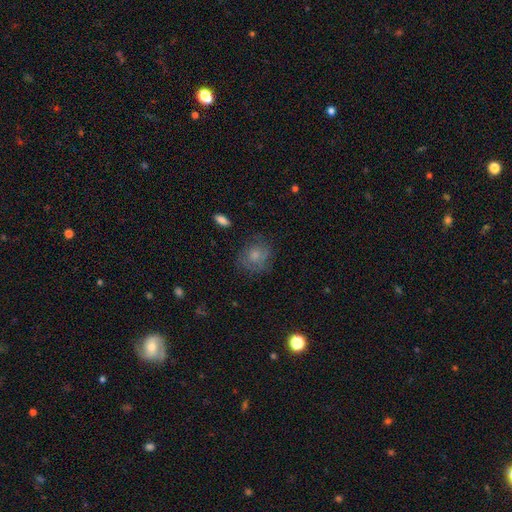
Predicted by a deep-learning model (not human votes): A smooth galaxy with no disk features (64%) that is round (77%). Merging: none (69%).